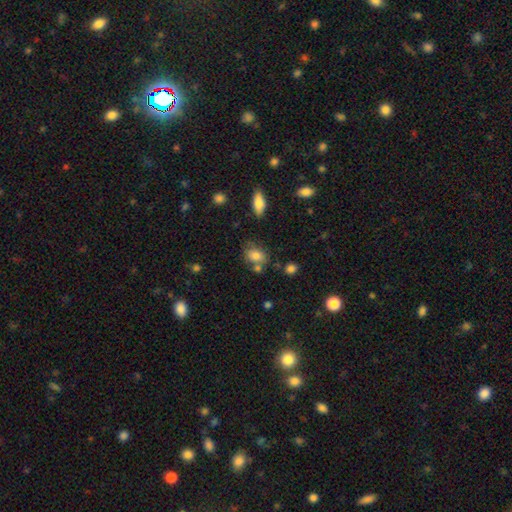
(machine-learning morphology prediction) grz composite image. It shows a smooth galaxy with no disk features (80%) that is in between round and cigar-shaped (69%). Merging: none (61%).